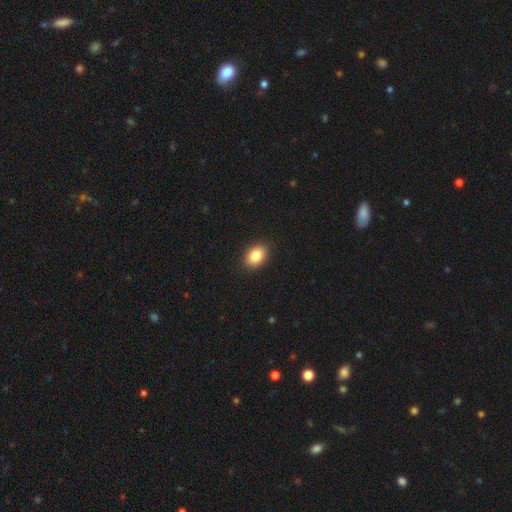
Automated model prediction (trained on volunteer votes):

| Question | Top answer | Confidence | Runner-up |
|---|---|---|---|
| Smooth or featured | smooth | 85% | star or artifact (8%) |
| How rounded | in between | 74% | round (25%) |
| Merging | none | 90% | minor disturbance (7%) |